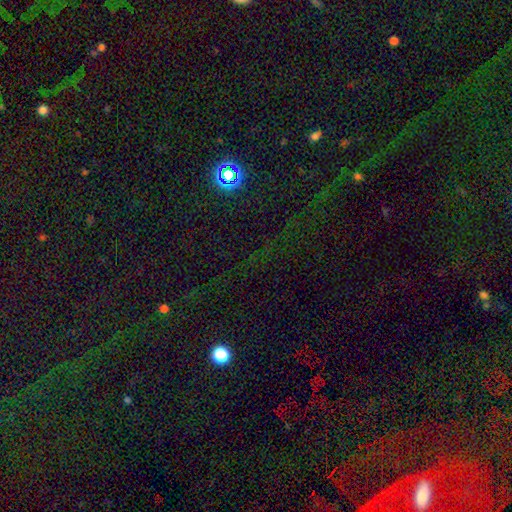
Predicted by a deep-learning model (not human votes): A star or artifact, not a galaxy (71%).

Vote fractions:
- Smooth or featured? star or artifact: 71% / smooth: 20% / featured or disk: 9%